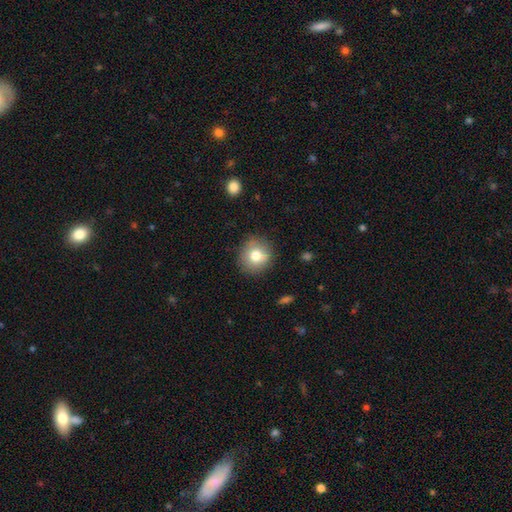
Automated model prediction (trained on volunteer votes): Smooth or featured? Predicted: smooth (p=0.77). How rounded? Predicted: round (p=0.87). Merging? Predicted: none (p=0.84).